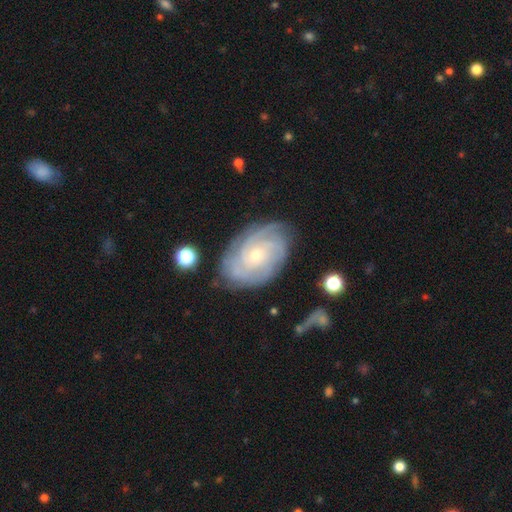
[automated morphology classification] featured or disk 84%, smooth 10%, star or artifact 6%. Down the decision tree: edge-on disk — no (96%); bar — no (74%); spiral arms — yes (96%); spiral arm count — can't tell (33%); spiral winding — tight (73%); bulge size — small (65%); merging — none (76%).